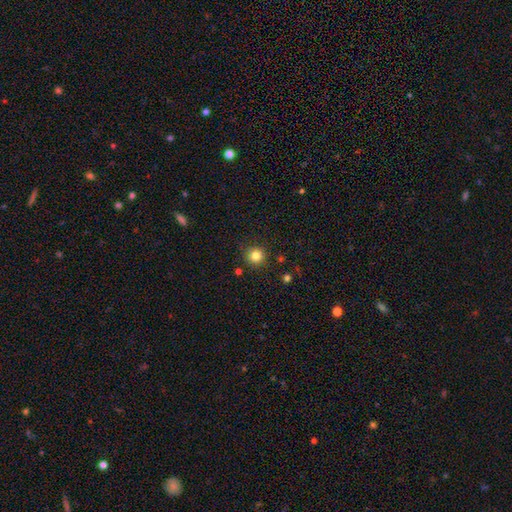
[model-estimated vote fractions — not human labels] The model was most divided on "smooth or featured": smooth: 82%, star or artifact: 12%, featured or disk: 6%. More confident: how rounded — round (94%); merging — none (88%).